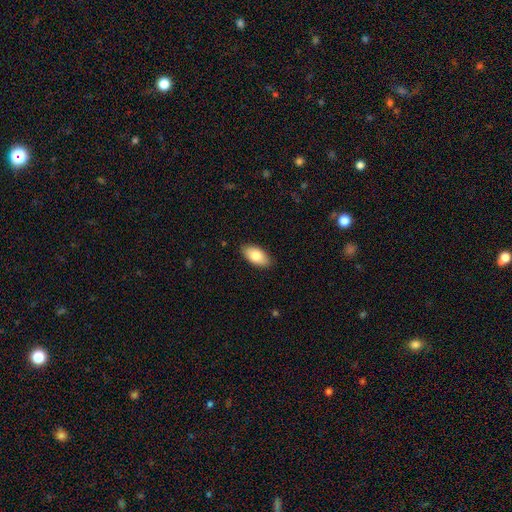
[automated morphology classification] The model was most divided on "smooth or featured": smooth: 82%, featured or disk: 12%, star or artifact: 6%. More confident: how rounded — in between (93%); merging — none (87%).